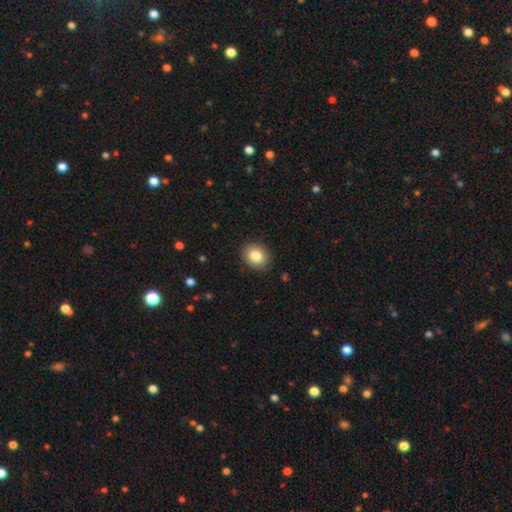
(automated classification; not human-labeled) This appears to be a smooth galaxy with no disk features (83%) that is round (57%). Merging: none (88%).